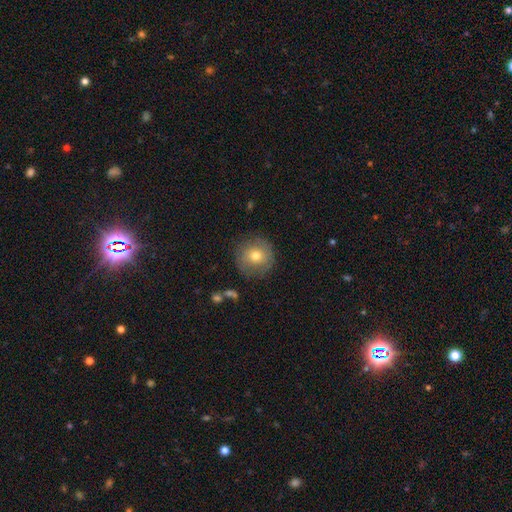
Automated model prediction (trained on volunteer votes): Smooth or featured? Predicted: smooth (p=0.70). How rounded? Predicted: round (p=0.94). Merging? Predicted: none (p=0.82).